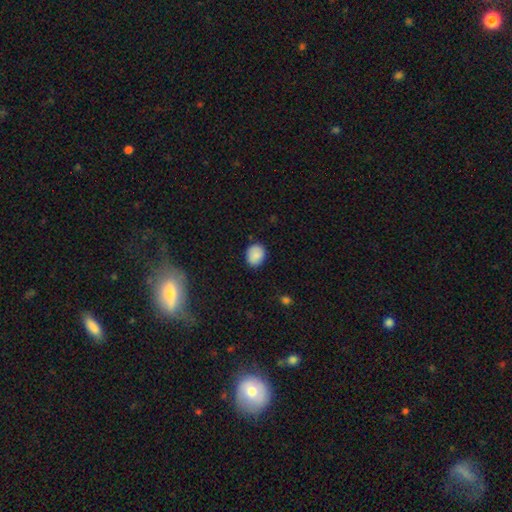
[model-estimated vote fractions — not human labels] A smooth galaxy with no disk features (86%) that is round (58%). Merging: none (85%).